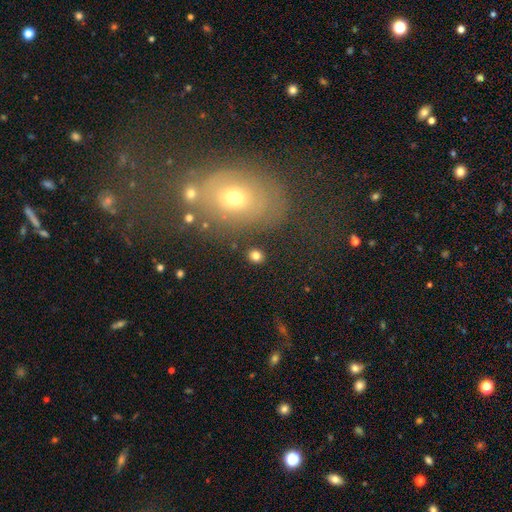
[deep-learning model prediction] A smooth galaxy with no disk features (81%) that is round (69%).

Vote fractions:
- Smooth or featured? smooth: 81% / star or artifact: 13% / featured or disk: 6%
- How rounded? round: 69% / in between: 30% / cigar-shaped: 1%
- Merging? none: 87% / minor disturbance: 7% / merger: 3% / major disturbance: 3%